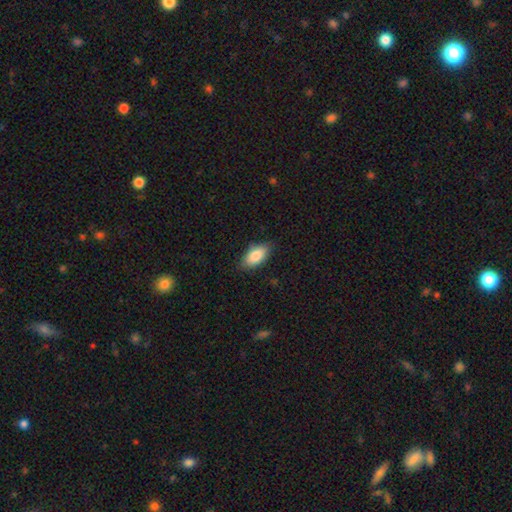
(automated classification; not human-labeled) smooth_or_featured: smooth (p=0.83) [alt: featured or disk p=0.10]
how_rounded: in between (p=0.90) [alt: cigar-shaped p=0.07]
merging: none (p=0.82) [alt: minor disturbance p=0.14]